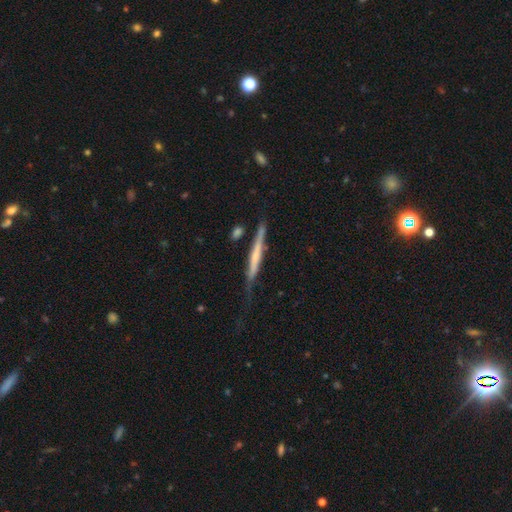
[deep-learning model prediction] A featured or disk galaxy (56%) viewed edge-on (93%) with no central bulge (60%).

Vote fractions:
- Smooth or featured? featured or disk: 56% / smooth: 38% / star or artifact: 6%
- Edge-on disk? yes: 93% / no: 7%
- Edge-on bulge? none: 60% / rounded: 26% / boxy: 14%
- Merging? none: 57% / minor disturbance: 29% / major disturbance: 10% / merger: 5%